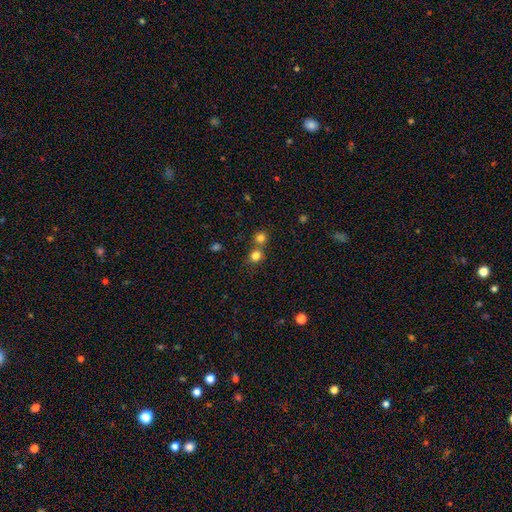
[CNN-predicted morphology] This appears to be a smooth galaxy with no disk features (79%) that is round (88%). Merging: none (60%).